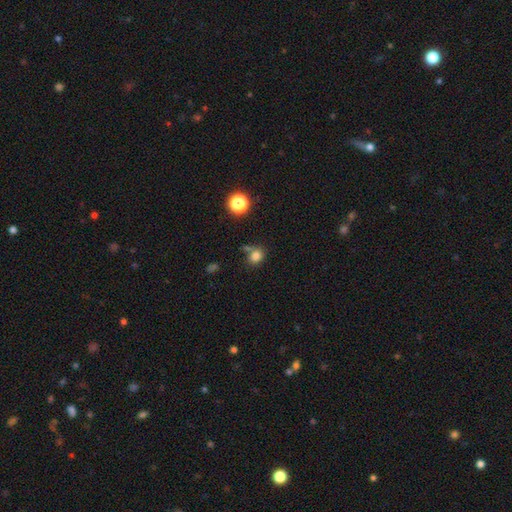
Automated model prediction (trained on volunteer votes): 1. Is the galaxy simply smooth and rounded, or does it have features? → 80% smooth, 14% star or artifact, 6% featured or disk.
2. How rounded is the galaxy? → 63% round, 36% in between, 1% cigar-shaped.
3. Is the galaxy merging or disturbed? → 60% none, 18% merger, 16% minor disturbance, 6% major disturbance.